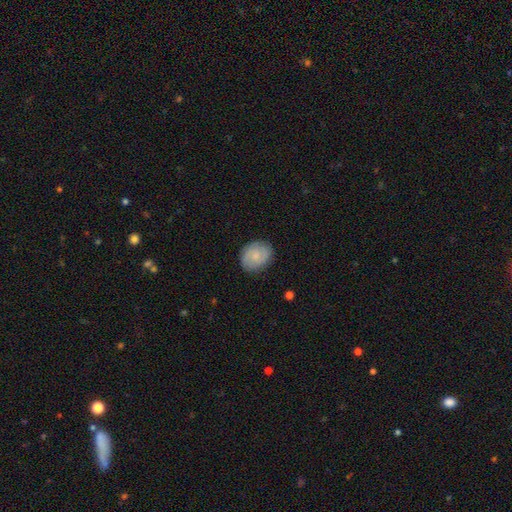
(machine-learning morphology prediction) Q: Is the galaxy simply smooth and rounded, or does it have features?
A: smooth — 56%.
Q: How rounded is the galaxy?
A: in between — 50%.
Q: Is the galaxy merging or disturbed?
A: none — 84%.